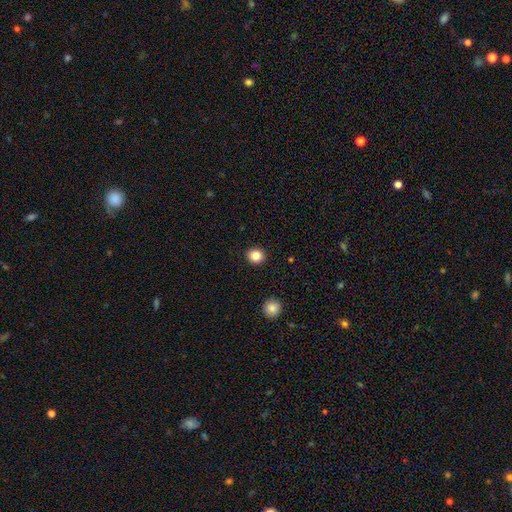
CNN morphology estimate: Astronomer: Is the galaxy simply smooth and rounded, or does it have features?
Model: smooth — 85%.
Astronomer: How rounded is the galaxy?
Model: round — 83%.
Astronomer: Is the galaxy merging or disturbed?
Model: none — 92%.